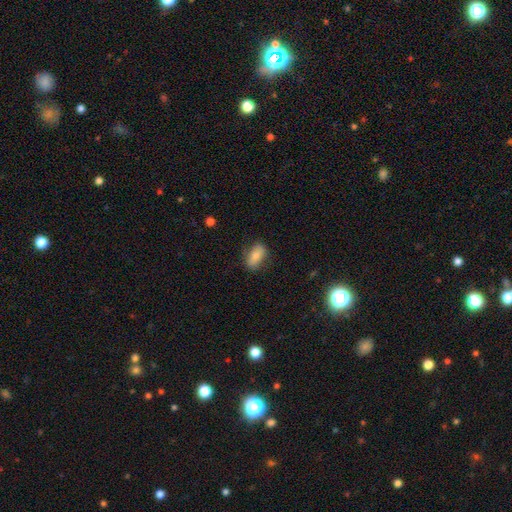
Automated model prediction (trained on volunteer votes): Smooth or featured?
  - smooth: 72% *
  - featured or disk: 20%
  - star or artifact: 8%
How rounded?
  - in between: 87% *
  - round: 7%
  - cigar-shaped: 6%
Merging?
  - none: 78% *
  - minor disturbance: 17%
  - major disturbance: 4%
  - merger: 1%